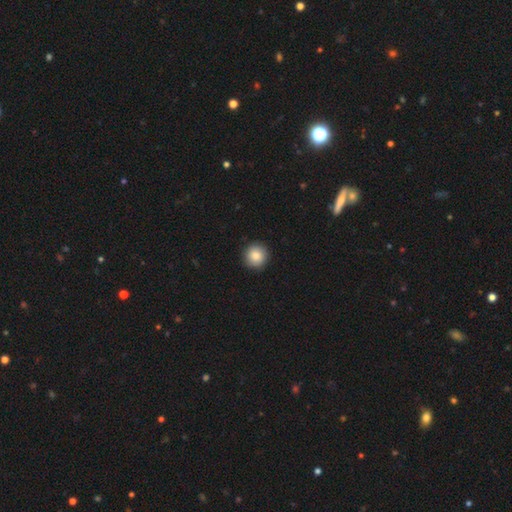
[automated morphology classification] Smooth or featured? Predicted: smooth (p=0.86). How rounded? Predicted: round (p=0.95). Merging? Predicted: none (p=0.92).